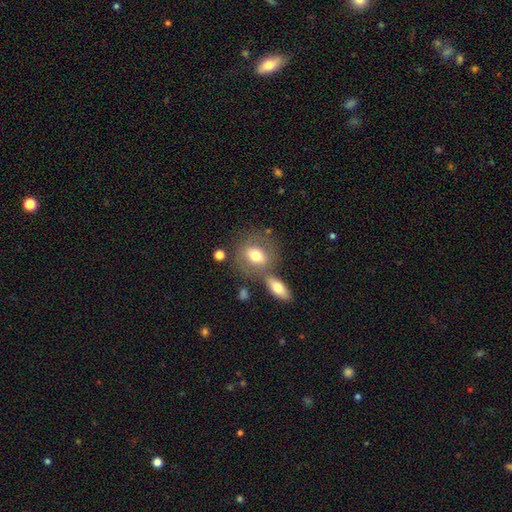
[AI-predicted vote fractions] The model was most divided on "how rounded": in between: 57%, round: 40%, cigar-shaped: 3%. More confident: smooth or featured — smooth (67%); merging — none (57%).